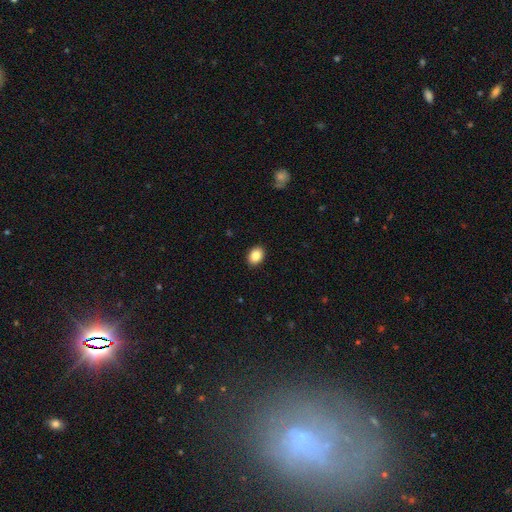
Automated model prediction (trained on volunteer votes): smooth_or_featured: smooth (p=0.87) [alt: star or artifact p=0.08]
how_rounded: in between (p=0.71) [alt: round p=0.28]
merging: none (p=0.90) [alt: minor disturbance p=0.07]